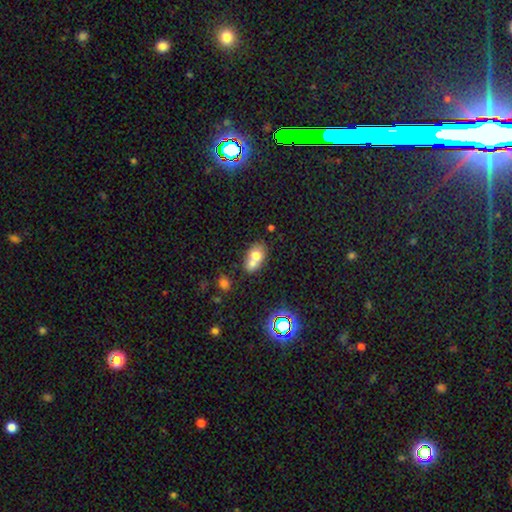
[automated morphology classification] Q: Smooth or featured?
A: smooth (68%); runner-up: featured or disk (21%)
Q: How rounded?
A: in between (60%); runner-up: round (38%)
Q: Merging?
A: merger (64%); runner-up: none (25%)